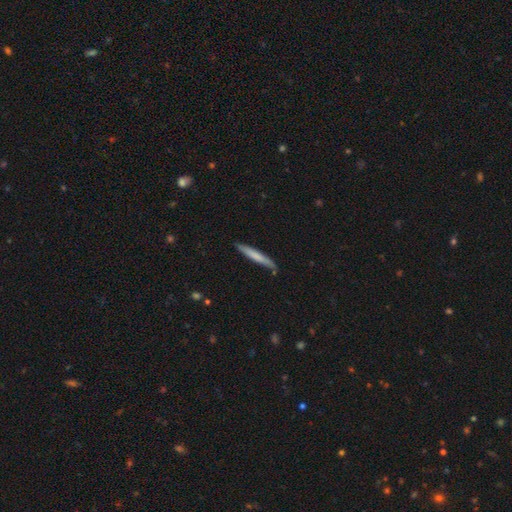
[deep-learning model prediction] Q: Smooth or featured?
A: smooth (66%); runner-up: featured or disk (29%)
Q: How rounded?
A: cigar-shaped (96%); runner-up: in between (3%)
Q: Merging?
A: none (85%); runner-up: minor disturbance (11%)